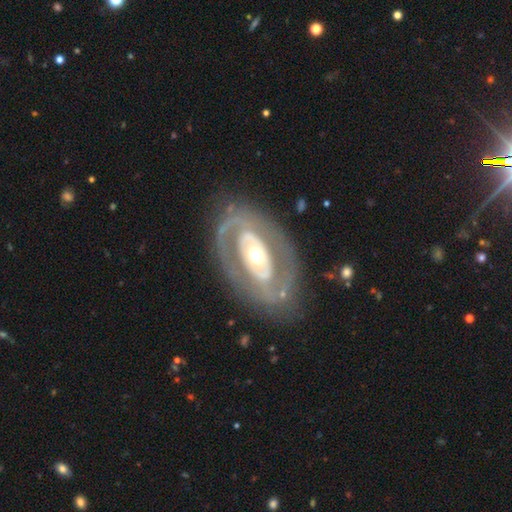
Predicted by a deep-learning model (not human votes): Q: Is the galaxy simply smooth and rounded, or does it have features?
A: featured or disk — 75%.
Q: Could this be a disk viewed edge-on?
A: no — 93%.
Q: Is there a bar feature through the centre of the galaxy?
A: no — 75%.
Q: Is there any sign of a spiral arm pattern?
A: no — 62%.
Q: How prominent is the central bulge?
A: moderate — 67%.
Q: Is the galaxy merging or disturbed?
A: none — 75%.